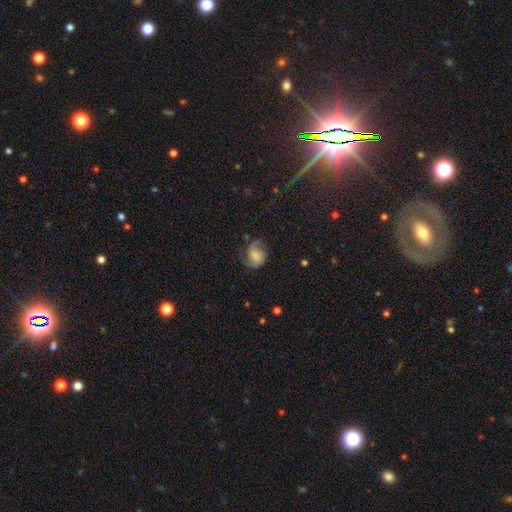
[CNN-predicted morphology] A smooth galaxy with no disk features (47%).

Vote fractions:
- Smooth or featured? smooth: 47% / featured or disk: 43% / star or artifact: 10%
- Merging? none: 51% / minor disturbance: 28% / major disturbance: 20% / merger: 2%